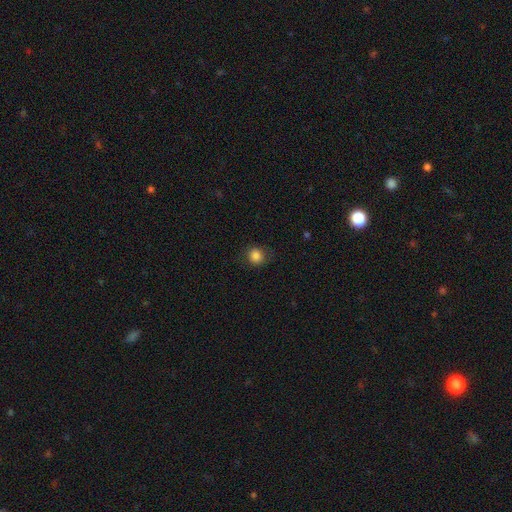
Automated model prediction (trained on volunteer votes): smooth-or-featured: smooth: 85% | star or artifact: 10% | featured or disk: 4%
  how-rounded: round: 84% | in between: 15% | cigar-shaped: 1%
  merging: none: 81% | minor disturbance: 14% | major disturbance: 4% | merger: 1%